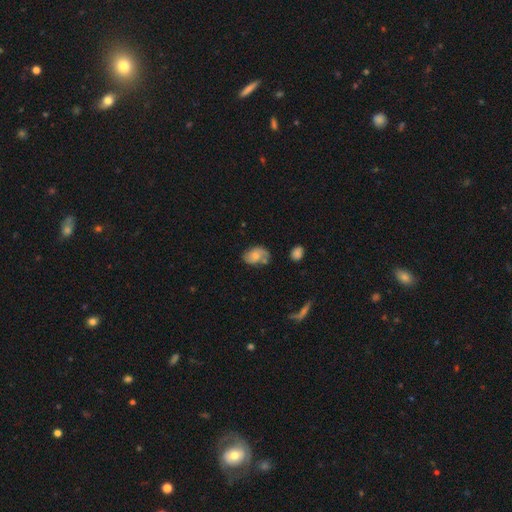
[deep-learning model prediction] featured or disk 48%, smooth 43%, star or artifact 9%. Down the decision tree: merging — none (52%).